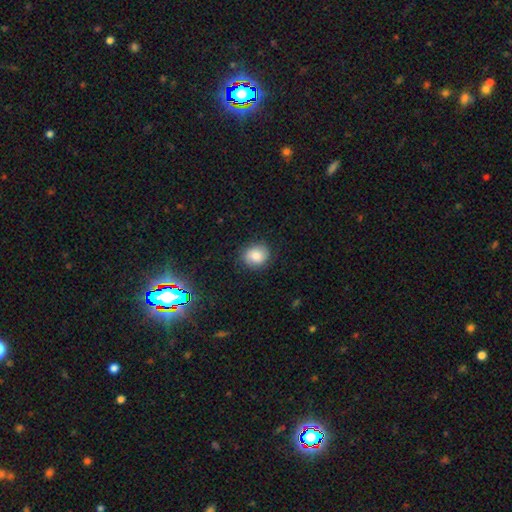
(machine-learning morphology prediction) A smooth galaxy with no disk features (78%) that is round (71%). Merging: none (84%).